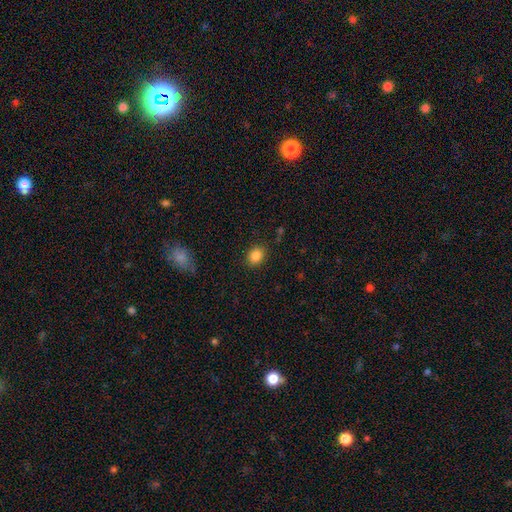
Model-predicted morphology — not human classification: A smooth galaxy with no disk features (85%) that is in between round and cigar-shaped (54%).

Vote fractions:
- Smooth or featured? smooth: 85% / star or artifact: 10% / featured or disk: 5%
- How rounded? in between: 54% / round: 45% / cigar-shaped: 1%
- Merging? none: 87% / minor disturbance: 9% / major disturbance: 3% / merger: 1%